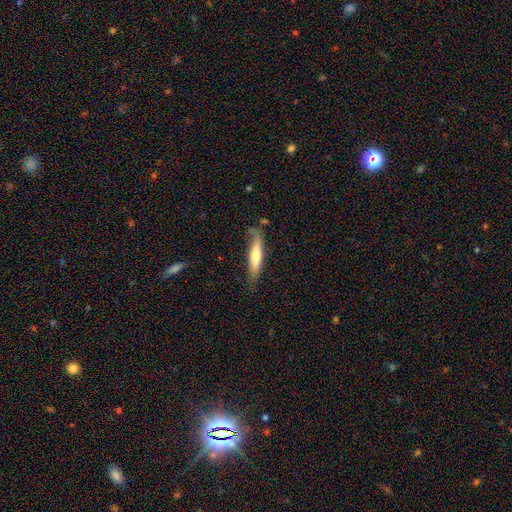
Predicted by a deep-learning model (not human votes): Smooth or featured: smooth — 60% (featured or disk — 35%)
How rounded: cigar-shaped — 82% (in between — 17%)
Merging: none — 65% (minor disturbance — 24%)